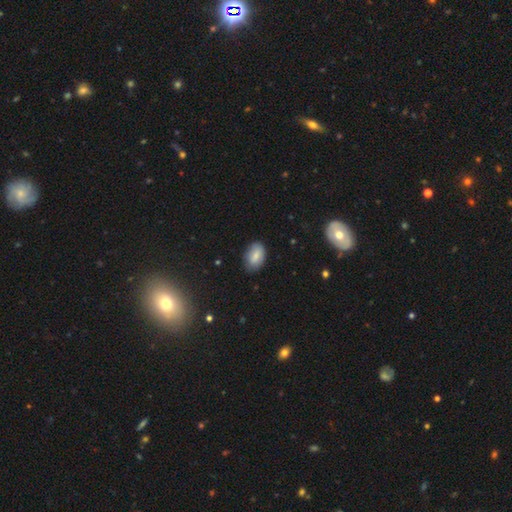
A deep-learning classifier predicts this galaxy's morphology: smooth 81%, featured or disk 11%, star or artifact 8%. Down the decision tree: how rounded — in between (91%); merging — none (77%).